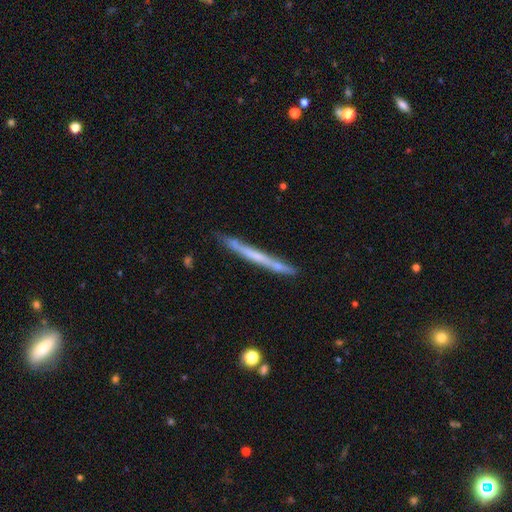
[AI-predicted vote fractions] smooth_or_featured: featured or disk (p=0.54) [alt: smooth p=0.40]
disk_edge_on: yes (p=0.94) [alt: no p=0.06]
edge_on_bulge: none (p=0.85) [alt: rounded p=0.10]
merging: none (p=0.82) [alt: minor disturbance p=0.13]